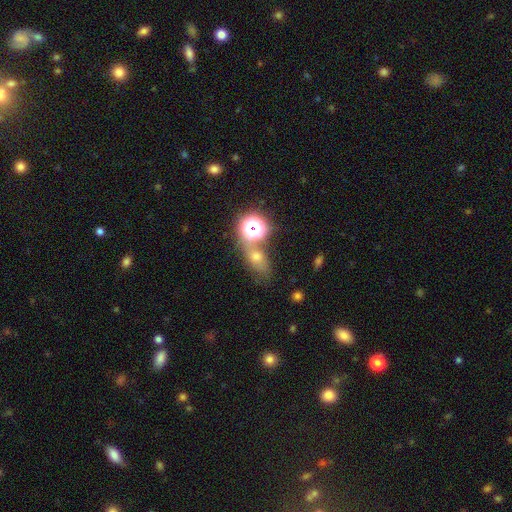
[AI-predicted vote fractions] This appears to be a smooth galaxy with no disk features (43%). Merging: none (62%).